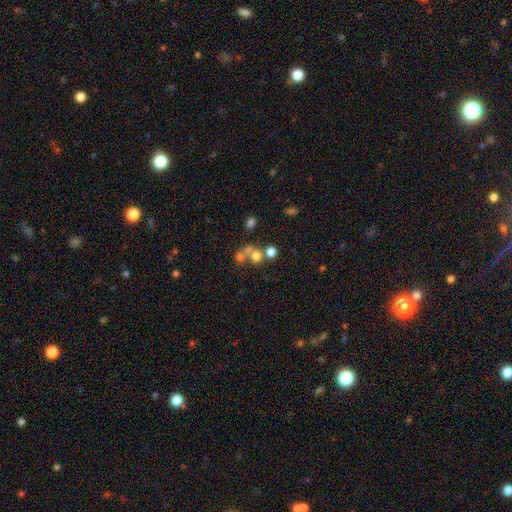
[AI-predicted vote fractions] smooth-or-featured: smooth: 62% | star or artifact: 19% | featured or disk: 19%
  how-rounded: round: 83% | in between: 16% | cigar-shaped: 1%
  merging: merger: 47% | none: 40% | minor disturbance: 7% | major disturbance: 6%